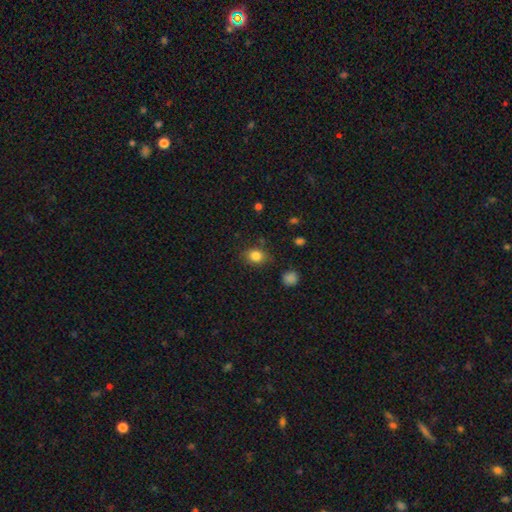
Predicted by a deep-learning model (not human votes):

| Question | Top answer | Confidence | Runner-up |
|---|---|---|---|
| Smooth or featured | smooth | 84% | star or artifact (11%) |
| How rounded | round | 50% | in between (49%) |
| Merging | none | 79% | minor disturbance (15%) |